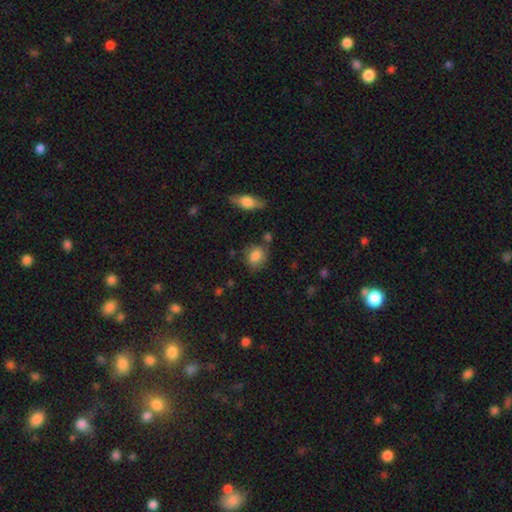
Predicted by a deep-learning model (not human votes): The model was most divided on "how rounded": round: 51%, in between: 47%, cigar-shaped: 2%. More confident: smooth or featured — smooth (82%); merging — none (67%).